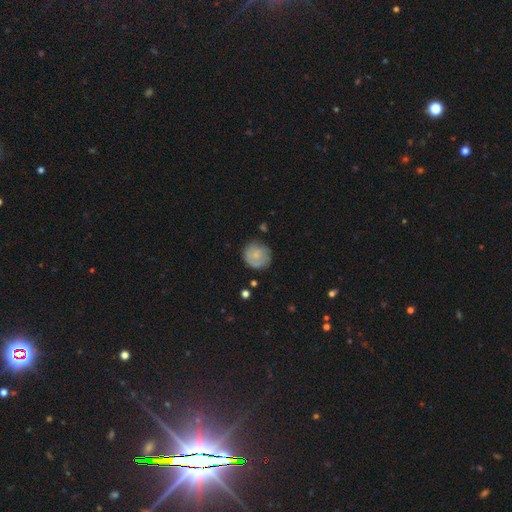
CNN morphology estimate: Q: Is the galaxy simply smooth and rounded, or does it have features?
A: smooth — 51%.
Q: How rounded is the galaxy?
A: round — 89%.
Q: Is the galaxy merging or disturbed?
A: none — 73%.